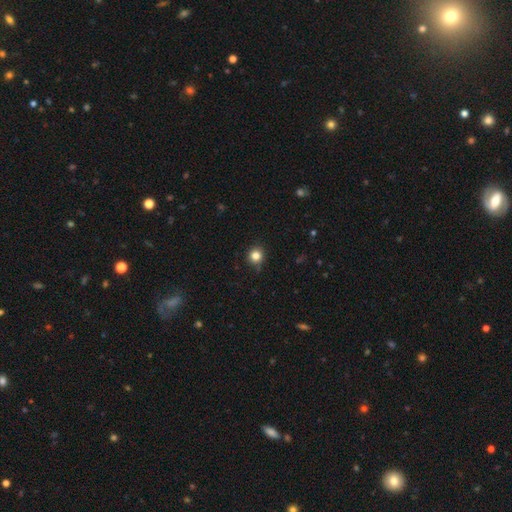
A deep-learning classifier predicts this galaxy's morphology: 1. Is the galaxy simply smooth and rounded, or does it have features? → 82% smooth, 13% star or artifact, 6% featured or disk.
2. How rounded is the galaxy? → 90% round, 9% in between, 1% cigar-shaped.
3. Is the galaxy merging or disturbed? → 82% none, 14% minor disturbance, 3% major disturbance, 1% merger.